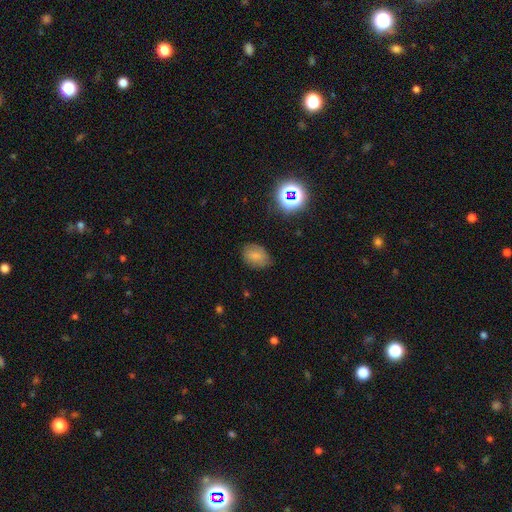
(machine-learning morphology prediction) smooth 75%, star or artifact 14%, featured or disk 11%. Down the decision tree: how rounded — in between (74%); merging — none (75%).